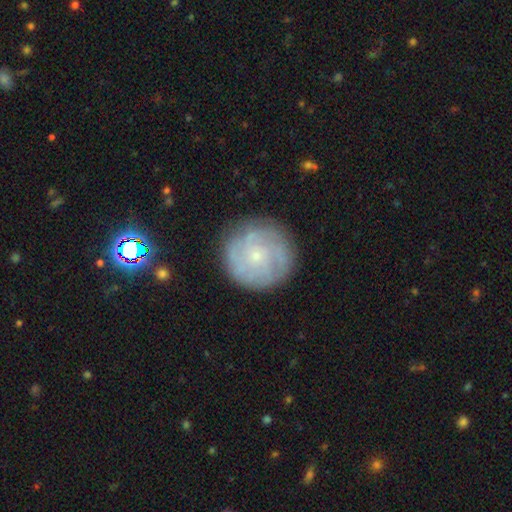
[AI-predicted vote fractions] A featured or disk galaxy (62%) with no bar (82%), spiral arms (80%) and a small central bulge (82%). Merging: none (82%).